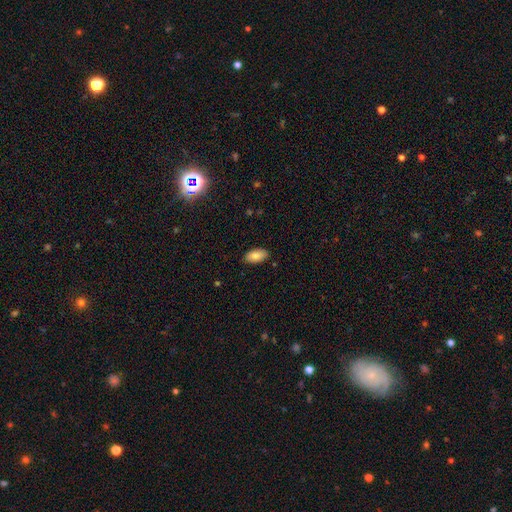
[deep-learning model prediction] This is clearly a smooth galaxy (84%). How rounded: clearly in between (94%). Merging: clearly none (87%).